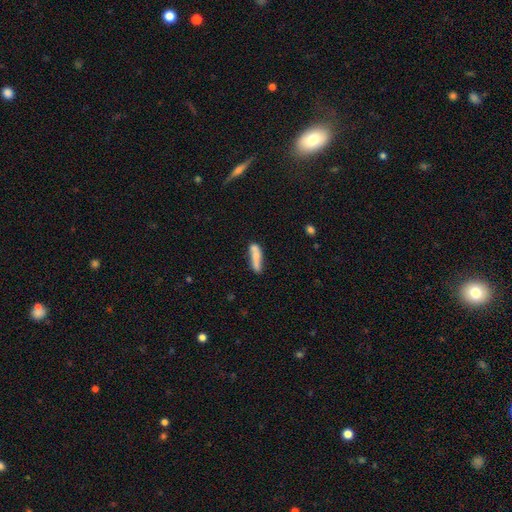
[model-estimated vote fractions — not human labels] Smooth or featured?
  - smooth: 70% *
  - featured or disk: 23%
  - star or artifact: 7%
How rounded?
  - cigar-shaped: 71% *
  - in between: 27%
  - round: 2%
Merging?
  - none: 57% *
  - minor disturbance: 21%
  - merger: 15%
  - major disturbance: 7%